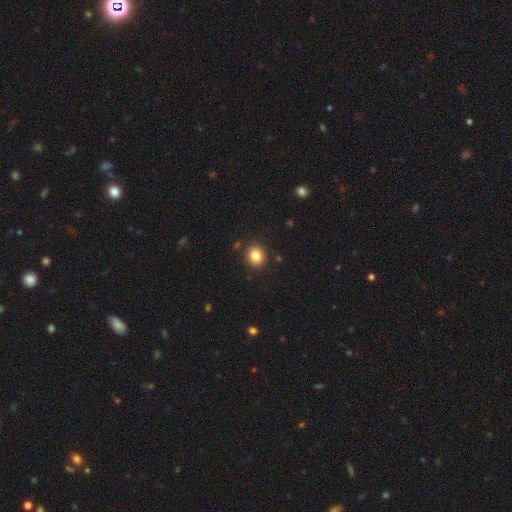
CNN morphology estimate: smooth-or-featured: smooth: 84% | star or artifact: 11% | featured or disk: 5%
  how-rounded: round: 84% | in between: 15% | cigar-shaped: 1%
  merging: none: 89% | minor disturbance: 7% | merger: 2% | major disturbance: 2%